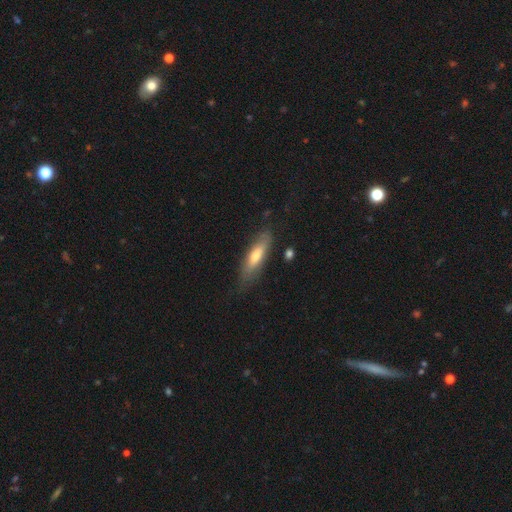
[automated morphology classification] Smooth or featured? smooth (64%)
How rounded? cigar-shaped (62%)
Merging? none (75%)